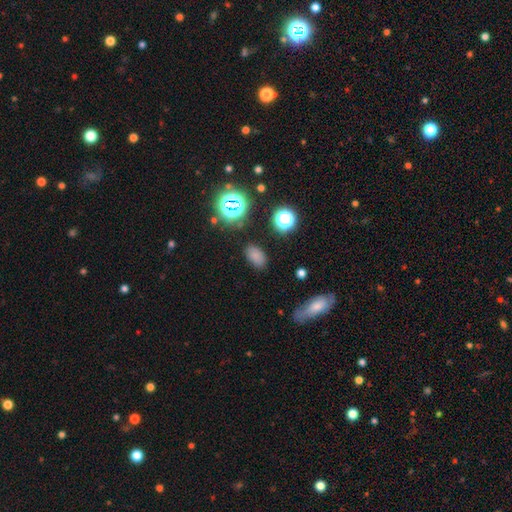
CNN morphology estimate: A smooth galaxy with no disk features (75%) that is in between round and cigar-shaped (88%).

Vote fractions:
- Smooth or featured? smooth: 75% / star or artifact: 19% / featured or disk: 6%
- How rounded? in between: 88% / round: 10% / cigar-shaped: 2%
- Merging? none: 82% / minor disturbance: 12% / major disturbance: 4% / merger: 2%